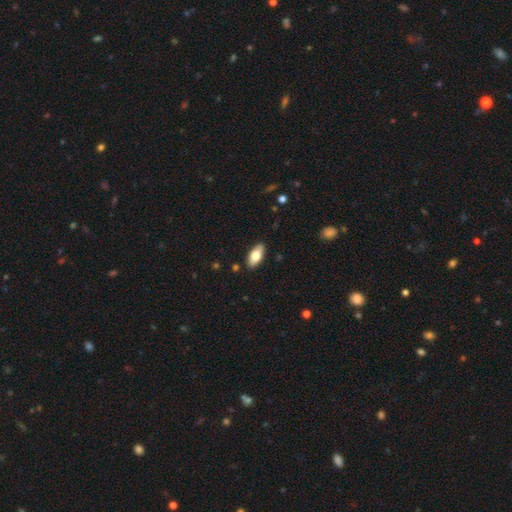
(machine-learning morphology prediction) smooth-or-featured: smooth: 73% | featured or disk: 21% | star or artifact: 6%
  how-rounded: in between: 87% | cigar-shaped: 11% | round: 2%
  merging: none: 88% | minor disturbance: 9% | major disturbance: 2% | merger: 1%